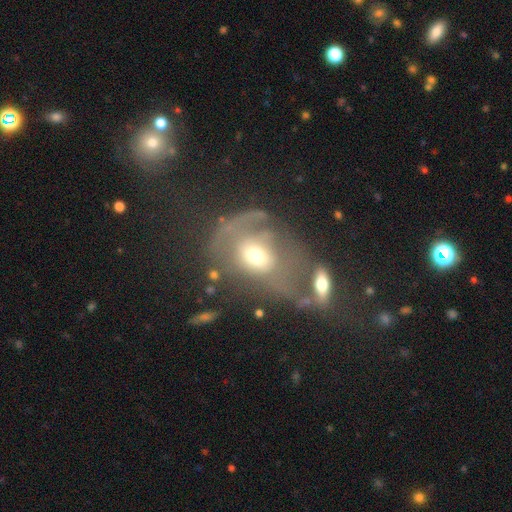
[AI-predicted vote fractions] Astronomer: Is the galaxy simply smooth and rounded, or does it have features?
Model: featured or disk — 48% (runner-up: smooth, 40%).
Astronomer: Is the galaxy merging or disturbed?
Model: major disturbance — 36% (runner-up: merger, 26%).